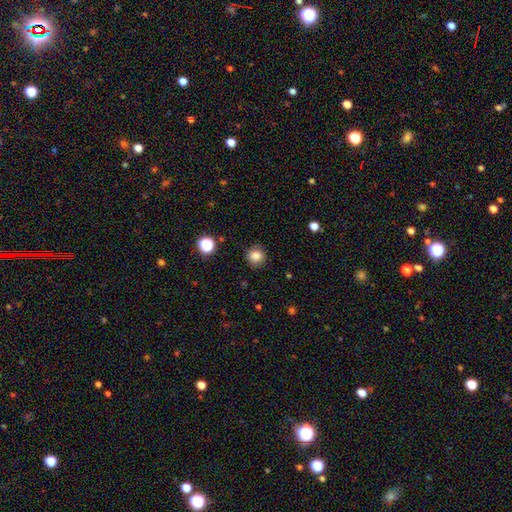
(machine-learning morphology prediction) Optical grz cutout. It shows a smooth galaxy with no disk features (83%) that is round (89%). Merging: none (88%).